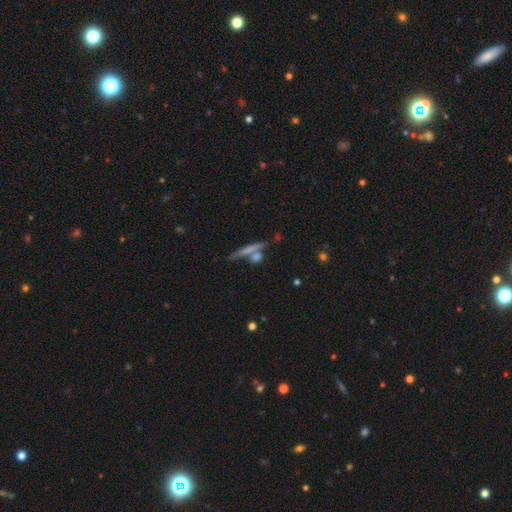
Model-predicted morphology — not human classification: A smooth galaxy with no disk features (56%) that is cigar-shaped (69%). Merging: none (60%).